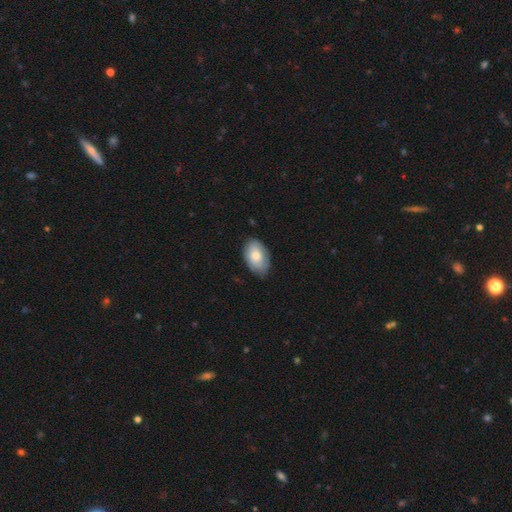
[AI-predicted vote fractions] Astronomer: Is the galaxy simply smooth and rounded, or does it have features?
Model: smooth — 74%.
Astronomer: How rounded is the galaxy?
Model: in between — 92%.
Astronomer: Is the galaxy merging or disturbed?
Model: none — 76%.